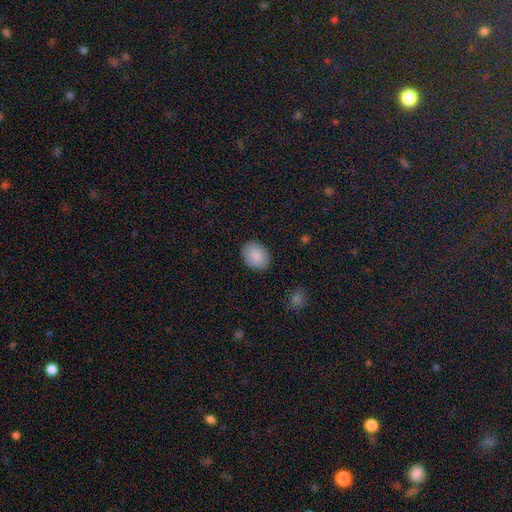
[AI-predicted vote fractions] smooth-or-featured: smooth: 89% | star or artifact: 6% | featured or disk: 4%
  how-rounded: in between: 68% | round: 32% | cigar-shaped: 1%
  merging: none: 87% | minor disturbance: 9% | major disturbance: 2% | merger: 1%